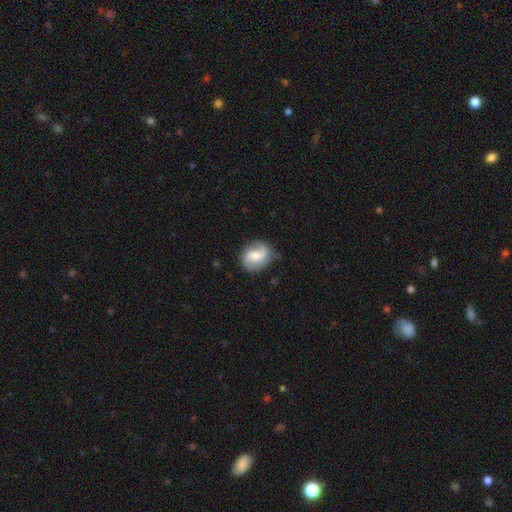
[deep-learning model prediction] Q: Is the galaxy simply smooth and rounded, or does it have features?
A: featured or disk — 78%.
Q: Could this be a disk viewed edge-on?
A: no — 98%.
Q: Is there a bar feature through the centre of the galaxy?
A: weak — 48%.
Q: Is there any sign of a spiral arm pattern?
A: yes — 95%.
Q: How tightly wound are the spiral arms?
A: medium — 45%.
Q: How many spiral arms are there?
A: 2 — 90%.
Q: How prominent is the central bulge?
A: moderate — 55%.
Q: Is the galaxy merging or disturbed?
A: none — 80%.